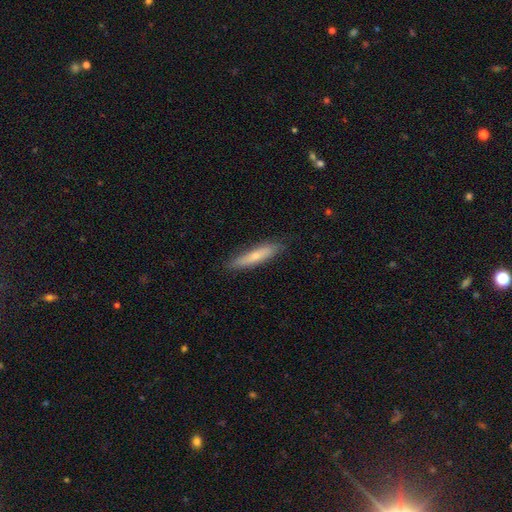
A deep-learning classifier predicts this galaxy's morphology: Overall: smooth (58%; featured or disk 36%). How rounded: cigar-shaped (88%). Merging: none (85%).